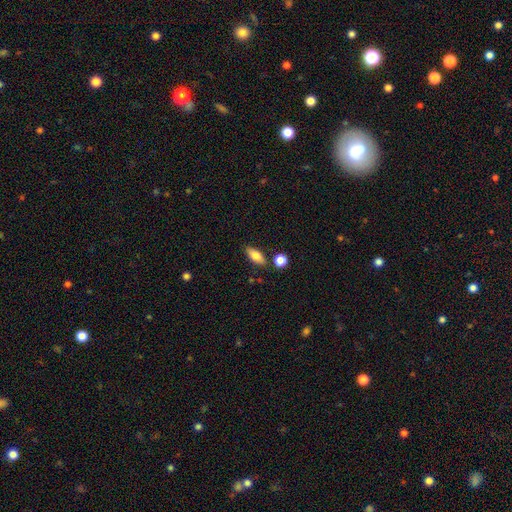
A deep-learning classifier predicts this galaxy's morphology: Smooth or featured?
  - smooth: 77% *
  - featured or disk: 16%
  - star or artifact: 8%
How rounded?
  - in between: 80% *
  - cigar-shaped: 15%
  - round: 5%
Merging?
  - none: 80% *
  - minor disturbance: 11%
  - merger: 6%
  - major disturbance: 3%